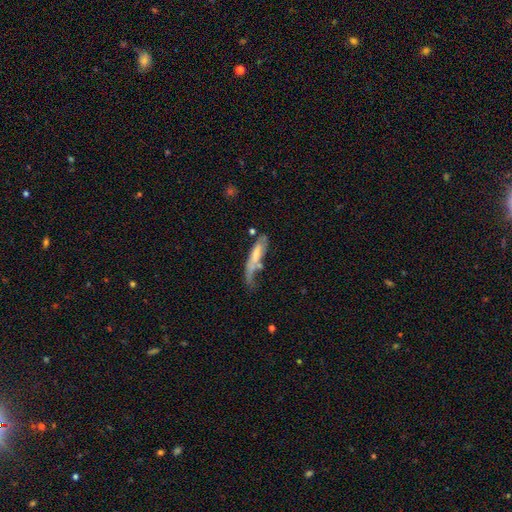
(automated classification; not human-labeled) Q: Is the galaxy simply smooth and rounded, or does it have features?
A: smooth — 52%.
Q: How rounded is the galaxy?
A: cigar-shaped — 72%.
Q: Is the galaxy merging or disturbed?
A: none — 29%.